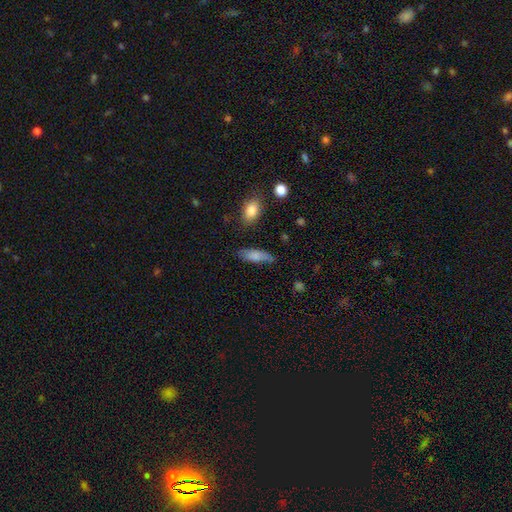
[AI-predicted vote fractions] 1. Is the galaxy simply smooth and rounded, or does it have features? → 76% smooth, 16% featured or disk, 7% star or artifact.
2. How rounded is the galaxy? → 66% in between, 32% cigar-shaped, 2% round.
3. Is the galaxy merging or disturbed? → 66% none, 25% minor disturbance, 6% major disturbance, 3% merger.